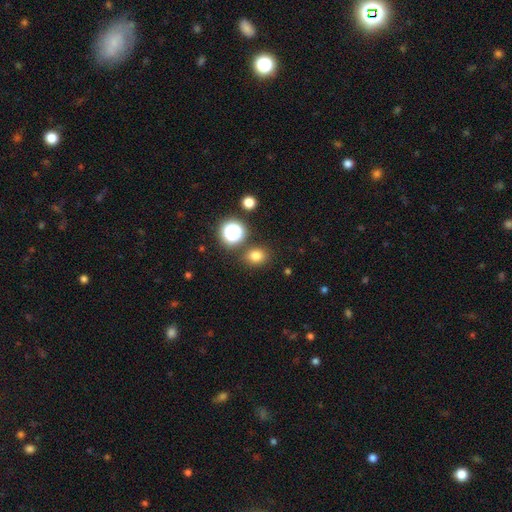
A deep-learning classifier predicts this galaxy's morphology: A smooth galaxy with no disk features (77%) that is round (64%).

Vote fractions:
- Smooth or featured? smooth: 77% / star or artifact: 17% / featured or disk: 6%
- How rounded? round: 64% / in between: 35% / cigar-shaped: 1%
- Merging? none: 82% / minor disturbance: 9% / merger: 6% / major disturbance: 3%